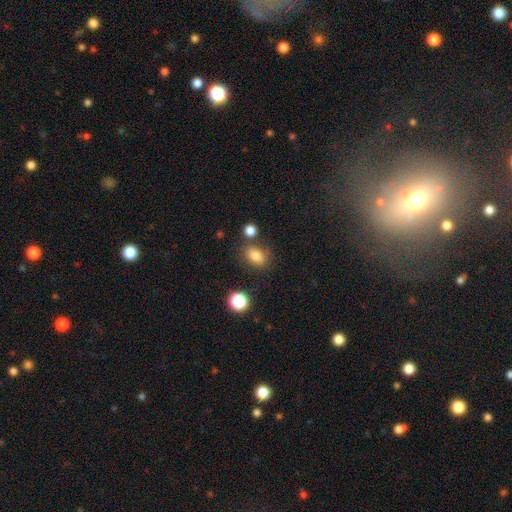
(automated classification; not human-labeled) Smooth or featured: smooth — 81% (star or artifact — 12%)
How rounded: in between — 72% (round — 26%)
Merging: none — 74% (minor disturbance — 13%)